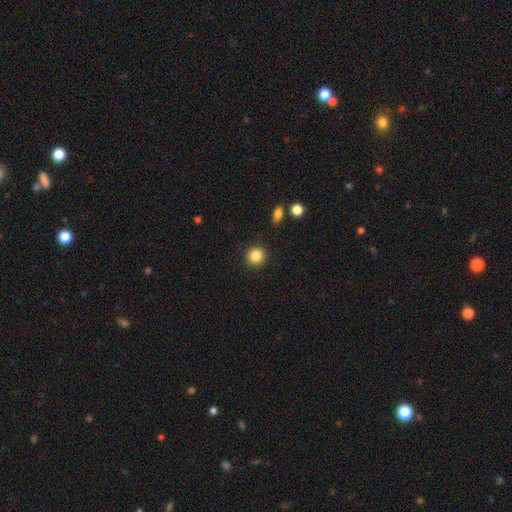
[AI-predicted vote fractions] This is clearly a smooth galaxy (86%). How rounded: clearly round (93%). Merging: clearly none (91%).